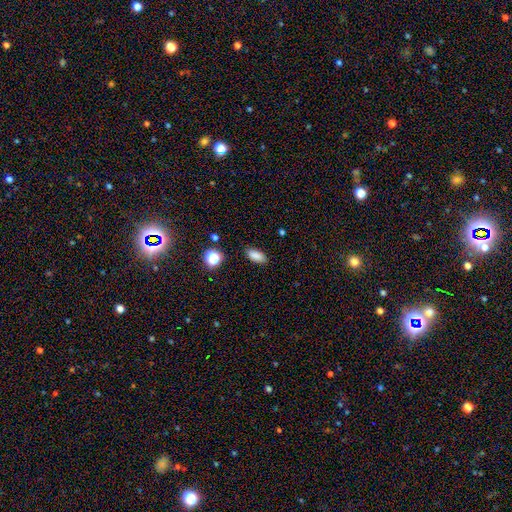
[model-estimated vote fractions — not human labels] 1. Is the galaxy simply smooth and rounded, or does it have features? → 85% smooth, 11% star or artifact, 4% featured or disk.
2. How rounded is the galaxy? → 87% in between, 9% cigar-shaped, 5% round.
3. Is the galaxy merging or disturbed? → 87% none, 9% minor disturbance, 2% major disturbance, 2% merger.